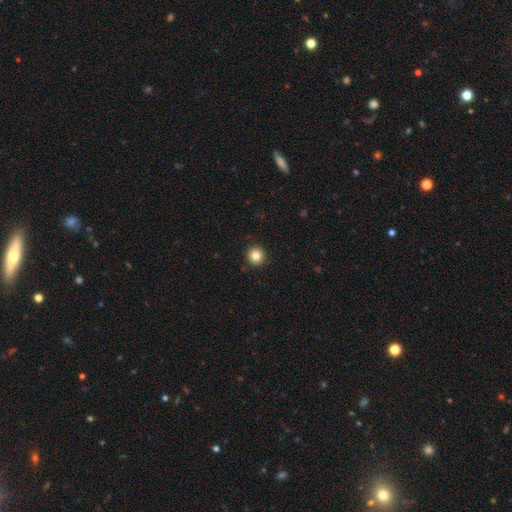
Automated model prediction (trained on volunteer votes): Q: Smooth or featured?
A: smooth (84%); runner-up: star or artifact (11%)
Q: How rounded?
A: round (95%); runner-up: in between (4%)
Q: Merging?
A: none (93%); runner-up: minor disturbance (5%)